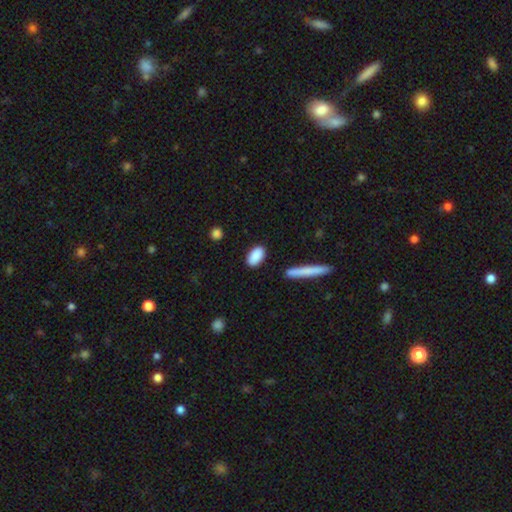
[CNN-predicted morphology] Smooth or featured? smooth (89%)
How rounded? in between (91%)
Merging? none (87%)